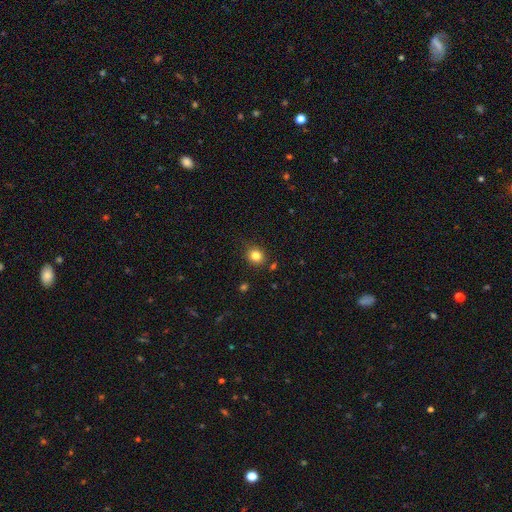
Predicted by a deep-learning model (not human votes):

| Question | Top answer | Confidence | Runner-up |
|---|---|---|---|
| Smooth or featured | smooth | 82% | star or artifact (12%) |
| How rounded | round | 74% | in between (25%) |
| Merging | none | 84% | minor disturbance (10%) |